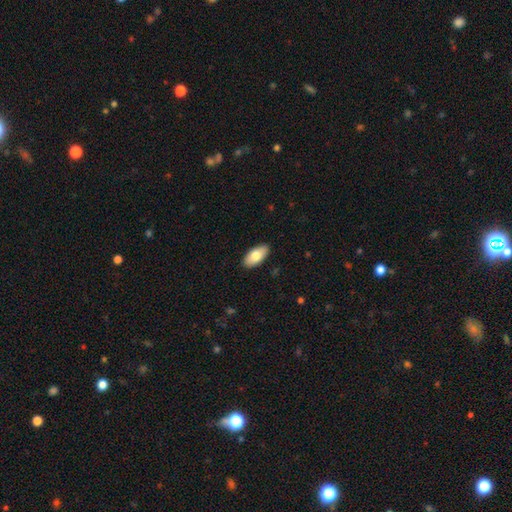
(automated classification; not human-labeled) This is likely a smooth galaxy (76%). How rounded: clearly in between (93%). Merging: clearly none (89%).